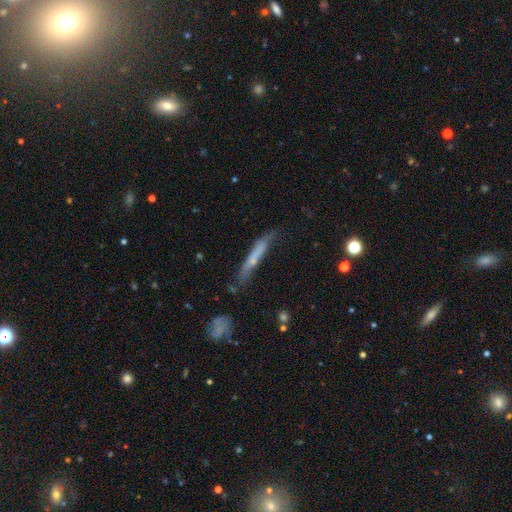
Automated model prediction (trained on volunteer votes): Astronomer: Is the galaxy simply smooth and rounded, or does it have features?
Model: smooth — 45% (runner-up: featured or disk, 44%).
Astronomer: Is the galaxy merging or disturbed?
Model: none — 65%.